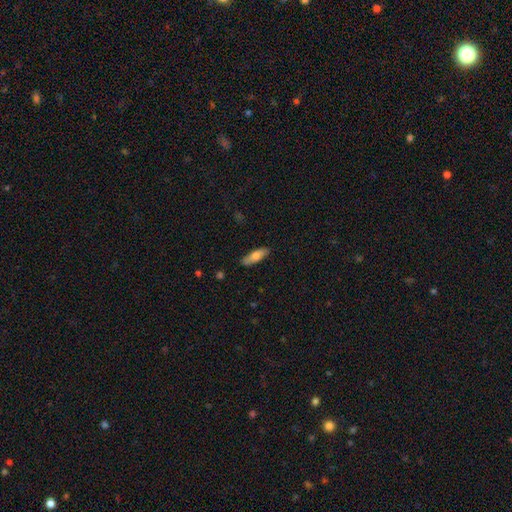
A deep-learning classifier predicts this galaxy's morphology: This appears to be a smooth galaxy with no disk features (72%) that is in between round and cigar-shaped (53%). Merging: none (87%).